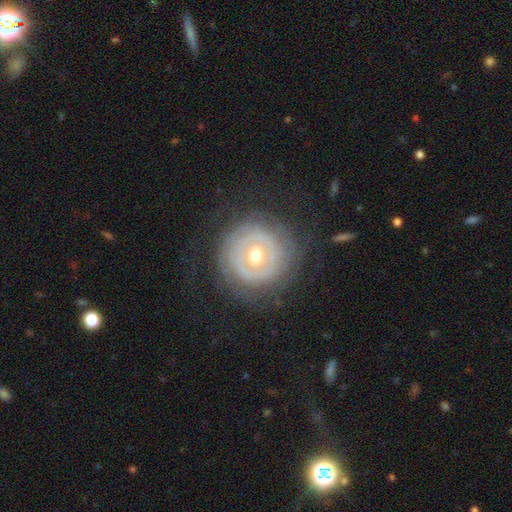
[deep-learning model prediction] A featured or disk galaxy (71%) with no bar (71%), no spiral arms (53%) and a moderate central bulge (72%).

Vote fractions:
- Smooth or featured? featured or disk: 71% / smooth: 23% / star or artifact: 6%
- Edge-on disk? no: 96% / yes: 4%
- Bar? no: 71% / weak: 21% / strong: 8%
- Spiral arms? no: 53% / yes: 47%
- Bulge size? moderate: 72% / small: 20% / large: 6% / dominant: 1% / none: 1%
- Merging? none: 76% / minor disturbance: 14% / major disturbance: 9% / merger: 1%